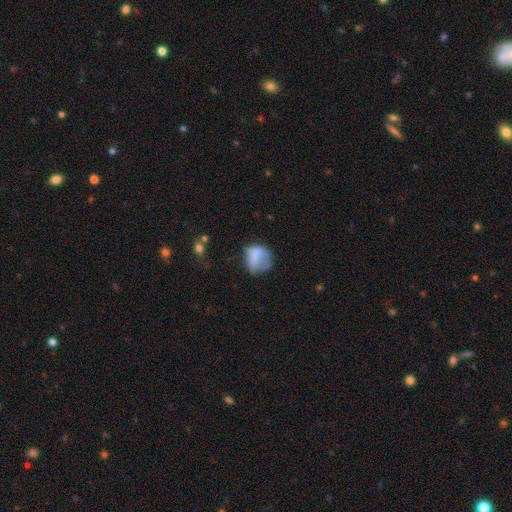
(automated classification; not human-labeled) smooth 64%, featured or disk 25%, star or artifact 12%. Down the decision tree: how rounded — round (66%); merging — none (39%).